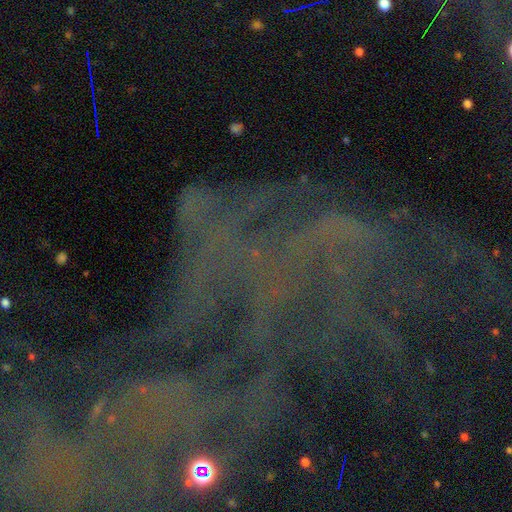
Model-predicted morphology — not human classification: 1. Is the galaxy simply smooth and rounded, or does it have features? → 58% star or artifact, 30% featured or disk, 12% smooth.